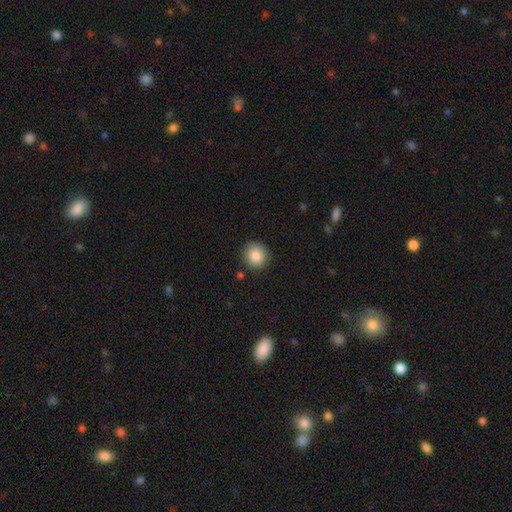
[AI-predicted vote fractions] smooth_or_featured: smooth (p=0.86) [alt: star or artifact p=0.09]
how_rounded: round (p=0.89) [alt: in between p=0.10]
merging: none (p=0.87) [alt: minor disturbance p=0.09]